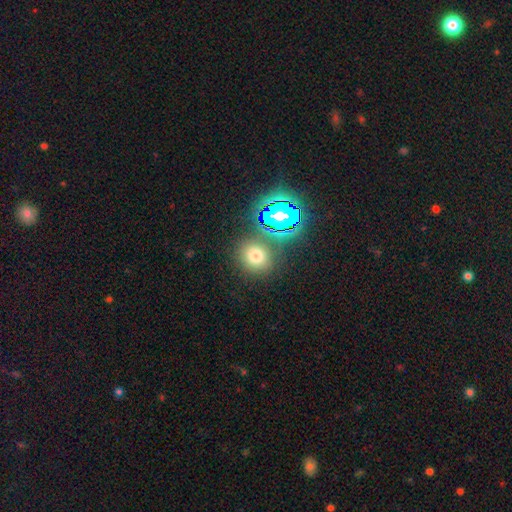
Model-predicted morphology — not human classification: Smooth or featured? Predicted: smooth (p=0.66). How rounded? Predicted: round (p=0.84). Merging? Predicted: none (p=0.80).